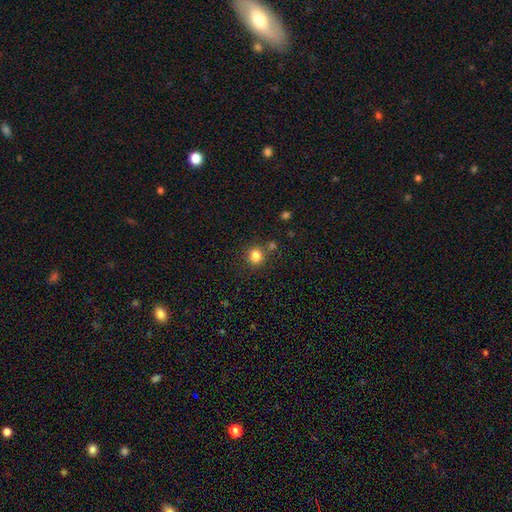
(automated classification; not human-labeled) Overall: smooth (83%). How rounded: round (90%). Merging: none (79%).